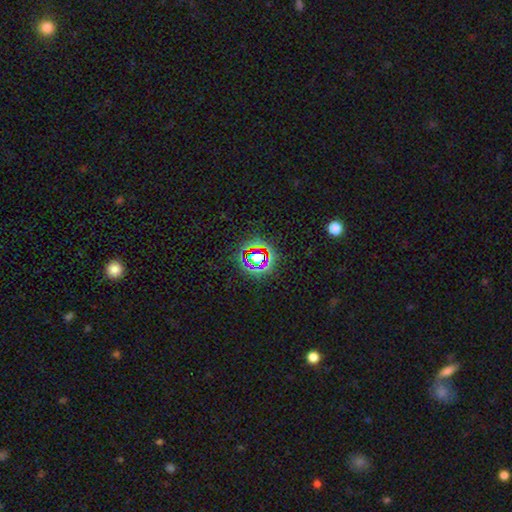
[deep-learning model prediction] star or artifact 66%, smooth 22%, featured or disk 12%.